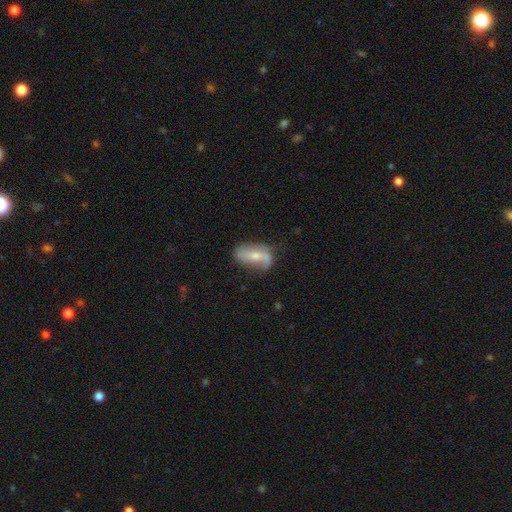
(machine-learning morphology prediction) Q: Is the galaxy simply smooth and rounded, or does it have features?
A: featured or disk — 55%.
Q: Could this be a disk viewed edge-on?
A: no — 90%.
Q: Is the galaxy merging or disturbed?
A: none — 55%.